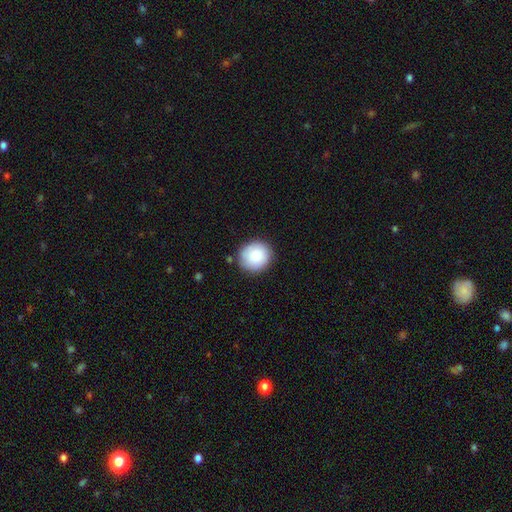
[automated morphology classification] Q: Smooth or featured?
A: smooth (85%); runner-up: featured or disk (8%)
Q: How rounded?
A: round (89%); runner-up: in between (10%)
Q: Merging?
A: none (84%); runner-up: minor disturbance (11%)